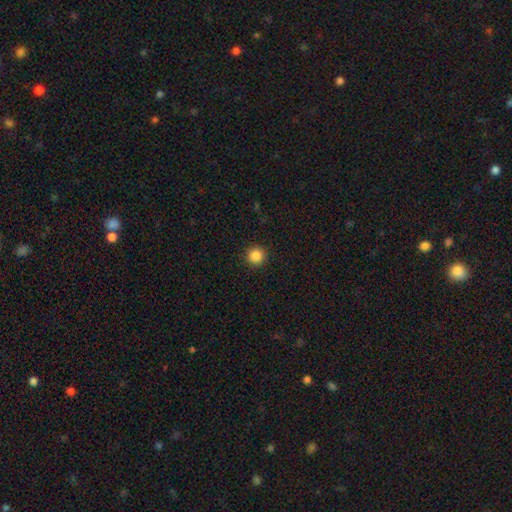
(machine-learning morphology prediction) smooth-or-featured: smooth: 86% | star or artifact: 10% | featured or disk: 3%
  how-rounded: round: 96% | in between: 3% | cigar-shaped: 1%
  merging: none: 93% | minor disturbance: 4% | major disturbance: 2% | merger: 1%